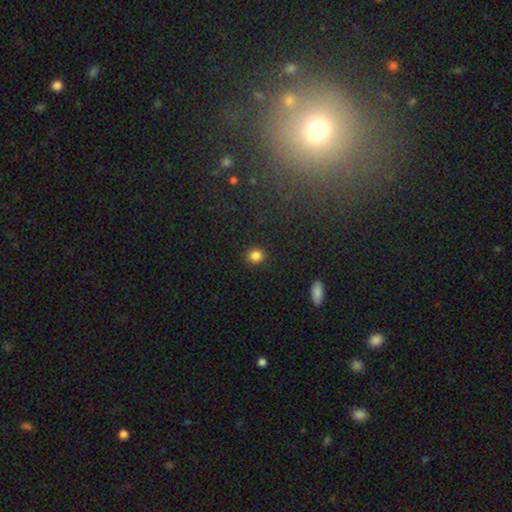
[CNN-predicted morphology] Smooth or featured? Predicted: smooth (p=0.84). How rounded? Predicted: round (p=0.86). Merging? Predicted: none (p=0.90).